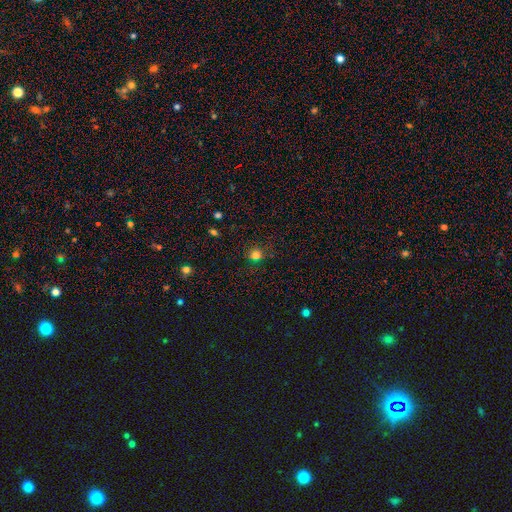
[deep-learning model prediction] smooth 76%, star or artifact 19%, featured or disk 5%. Down the decision tree: how rounded — round (88%); merging — none (83%).